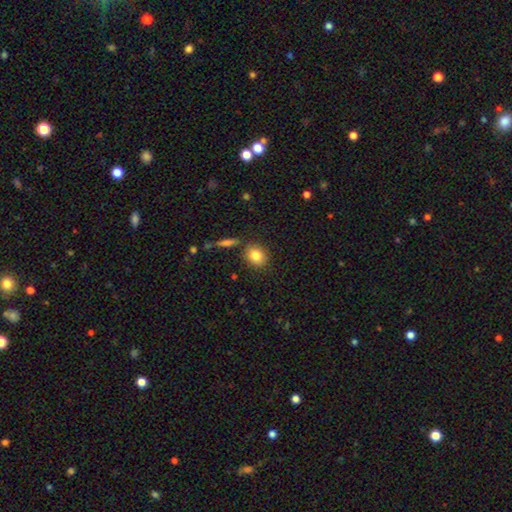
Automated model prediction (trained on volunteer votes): Q: Smooth or featured?
A: smooth (83%); runner-up: star or artifact (9%)
Q: How rounded?
A: round (63%); runner-up: in between (36%)
Q: Merging?
A: none (80%); runner-up: minor disturbance (11%)